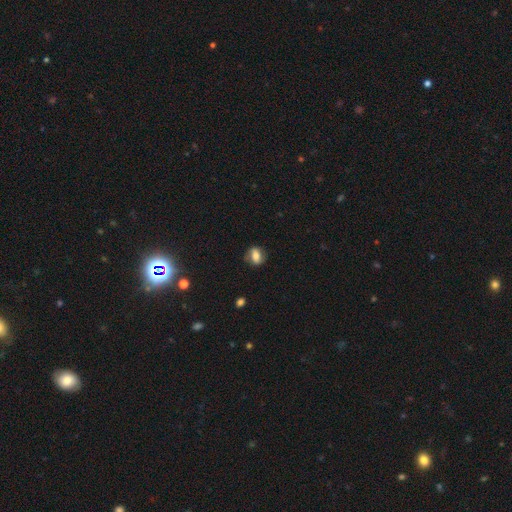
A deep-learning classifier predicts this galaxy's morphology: The model was most divided on "how rounded": in between: 64%, round: 32%, cigar-shaped: 4%. More confident: merging — none (74%); smooth or featured — smooth (62%).